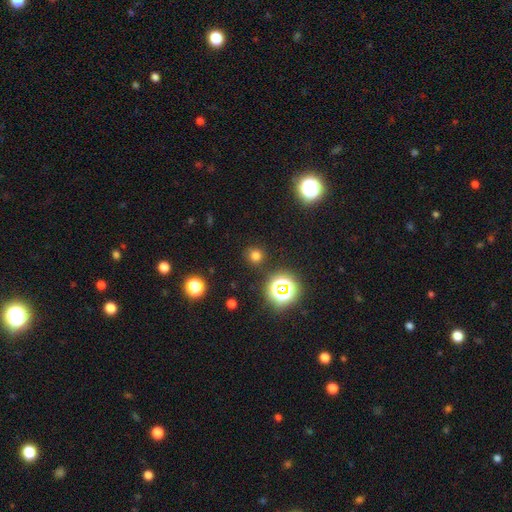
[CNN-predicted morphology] Q: Smooth or featured?
A: smooth (68%); runner-up: star or artifact (26%)
Q: How rounded?
A: round (91%); runner-up: in between (8%)
Q: Merging?
A: none (87%); runner-up: minor disturbance (8%)